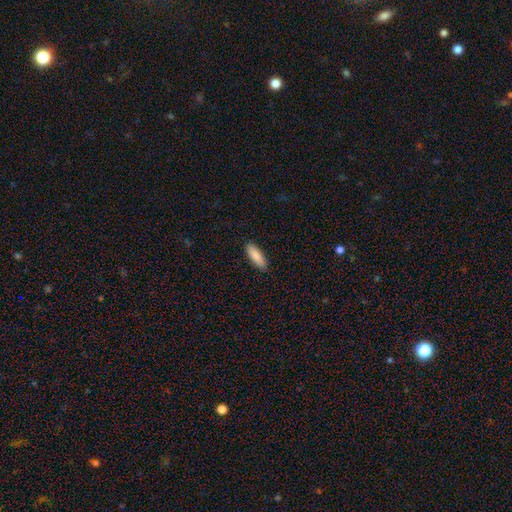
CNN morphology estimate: Overall: smooth (88%). How rounded: in between (57%; cigar-shaped 41%). Merging: none (88%).